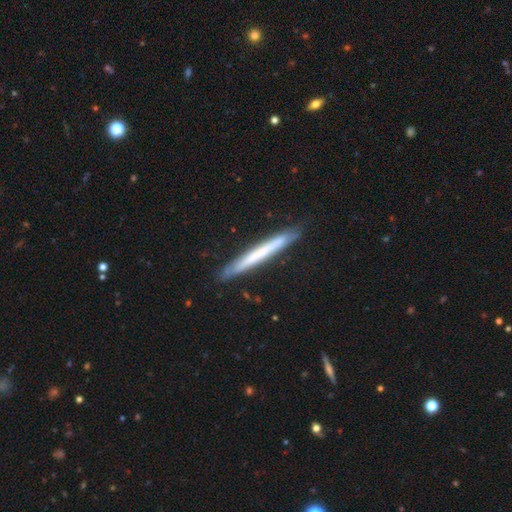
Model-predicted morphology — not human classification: This is possibly a featured or disk galaxy (49%). Merging: clearly none (88%).